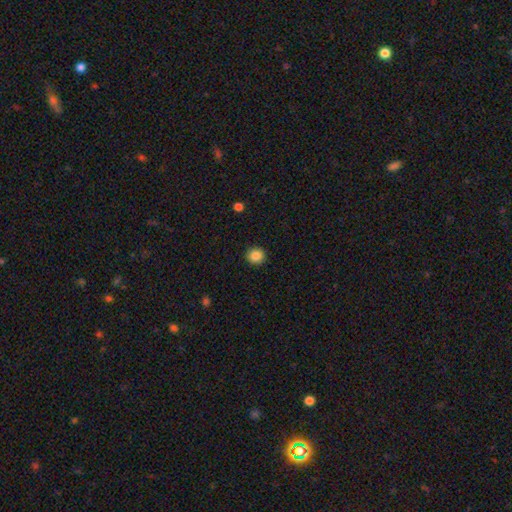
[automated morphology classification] A smooth galaxy with no disk features (86%) that is round (91%).

Vote fractions:
- Smooth or featured? smooth: 86% / star or artifact: 10% / featured or disk: 4%
- How rounded? round: 91% / in between: 8% / cigar-shaped: 1%
- Merging? none: 92% / minor disturbance: 5% / major disturbance: 2% / merger: 1%